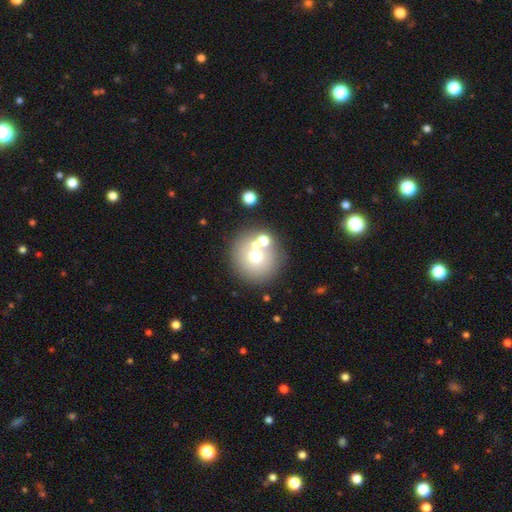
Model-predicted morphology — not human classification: This is likely a smooth galaxy (64%). How rounded: clearly round (93%). Merging: likely none (70%).